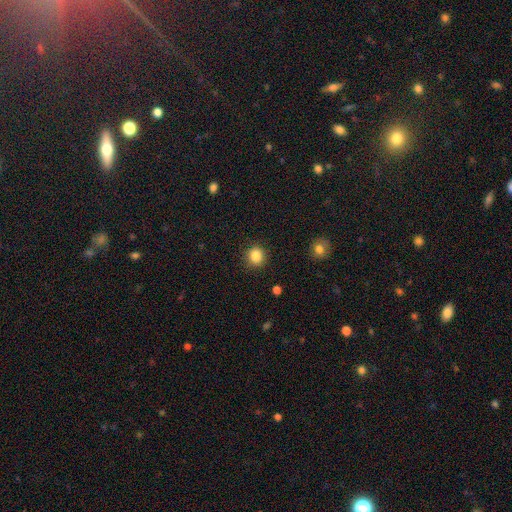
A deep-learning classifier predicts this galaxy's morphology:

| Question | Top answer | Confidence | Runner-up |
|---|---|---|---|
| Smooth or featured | smooth | 85% | star or artifact (10%) |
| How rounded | round | 88% | in between (11%) |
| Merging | none | 90% | minor disturbance (6%) |